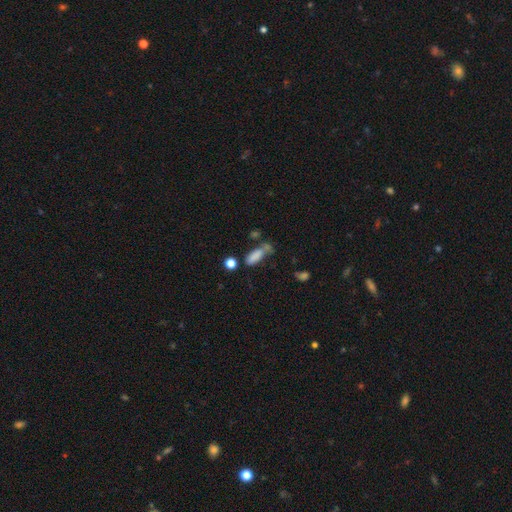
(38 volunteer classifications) This appears to be a smooth galaxy with no disk features (84%) that is in between round and cigar-shaped (81%). Merging: none (66%).